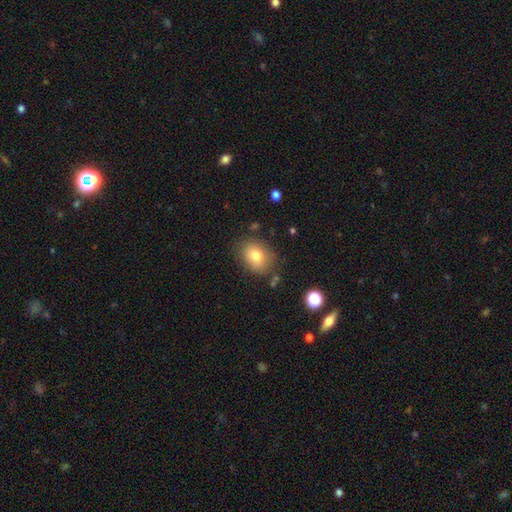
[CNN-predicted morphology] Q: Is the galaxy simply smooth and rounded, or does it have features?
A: smooth — 78%.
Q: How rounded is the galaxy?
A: in between — 57%.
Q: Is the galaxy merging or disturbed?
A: none — 78%.